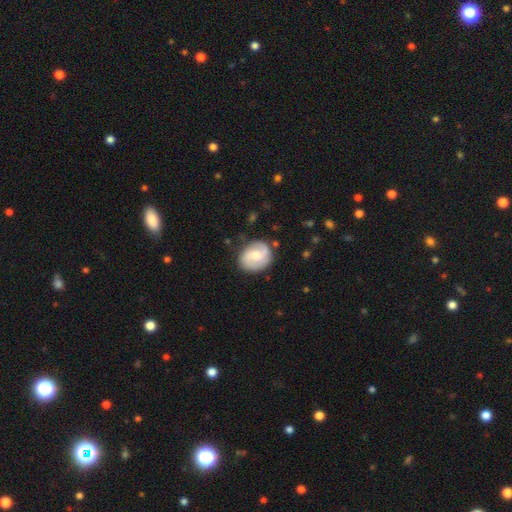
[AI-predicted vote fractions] Q: Smooth or featured?
A: featured or disk (75%); runner-up: smooth (20%)
Q: Edge-on disk?
A: no (98%); runner-up: yes (2%)
Q: Bar?
A: weak (49%); runner-up: no (40%)
Q: Spiral arms?
A: yes (93%); runner-up: no (7%)
Q: Spiral winding?
A: medium (48%); runner-up: tight (30%)
Q: Spiral arm count?
A: 2 (88%); runner-up: can't tell (6%)
Q: Bulge size?
A: moderate (58%); runner-up: small (32%)
Q: Merging?
A: none (79%); runner-up: minor disturbance (15%)